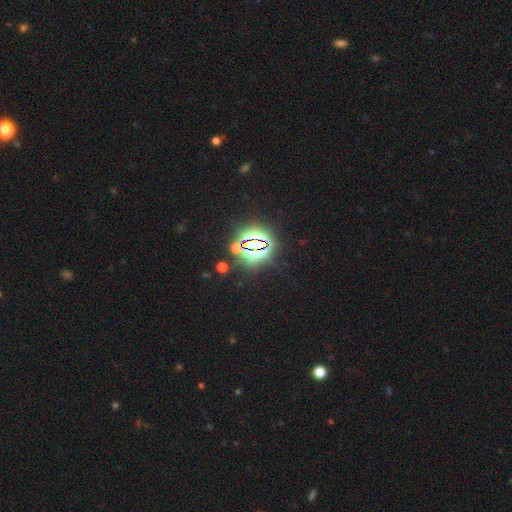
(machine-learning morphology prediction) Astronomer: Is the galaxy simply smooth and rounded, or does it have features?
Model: star or artifact — 83%.